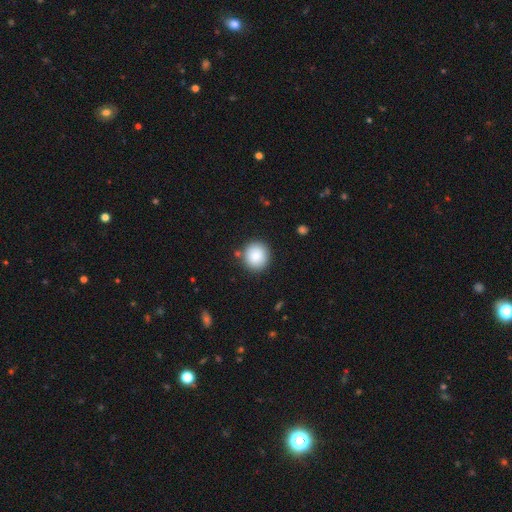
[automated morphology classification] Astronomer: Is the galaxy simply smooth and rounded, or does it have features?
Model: smooth — 88%.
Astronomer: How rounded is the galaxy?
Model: round — 89%.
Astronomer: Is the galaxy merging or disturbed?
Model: none — 88%.